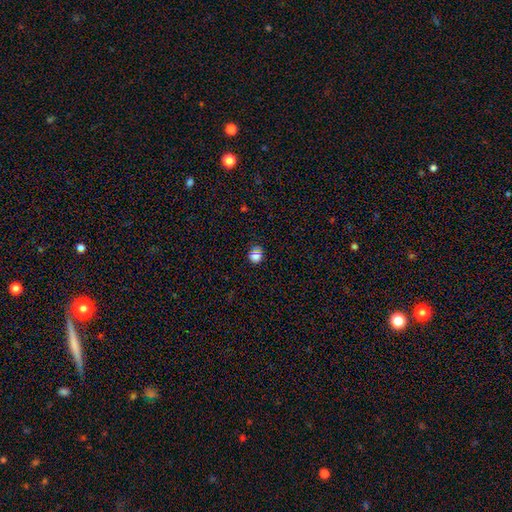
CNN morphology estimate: Smooth or featured: smooth — 82% (star or artifact — 11%)
How rounded: round — 67% (in between — 32%)
Merging: none — 62% (minor disturbance — 29%)